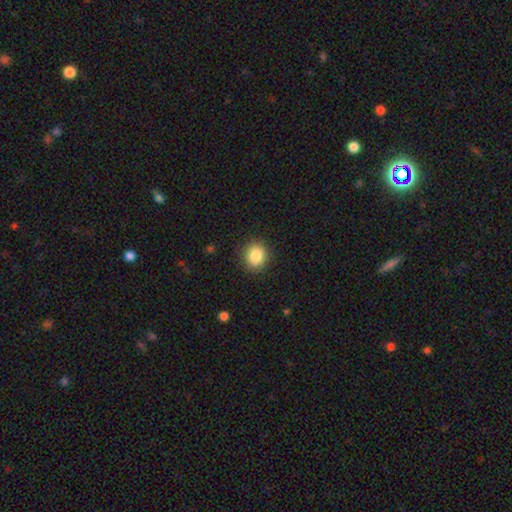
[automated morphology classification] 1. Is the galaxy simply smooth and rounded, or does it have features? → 86% smooth, 9% star or artifact, 5% featured or disk.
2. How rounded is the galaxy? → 81% round, 19% in between, 1% cigar-shaped.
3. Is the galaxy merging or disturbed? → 89% none, 8% minor disturbance, 3% major disturbance, 1% merger.